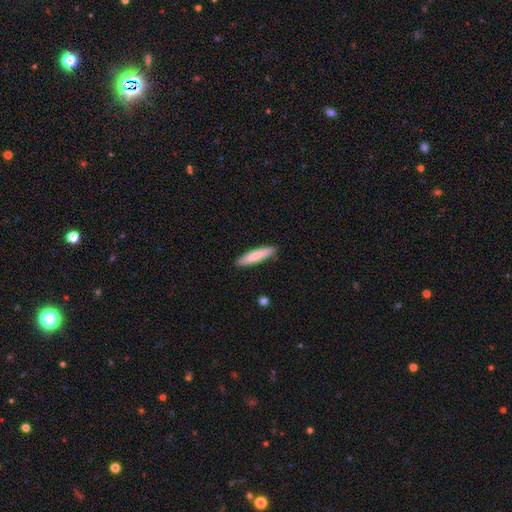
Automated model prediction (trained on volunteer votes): The model was most divided on "smooth or featured": smooth: 78%, featured or disk: 17%, star or artifact: 5%. More confident: merging — none (88%); how rounded — cigar-shaped (86%).